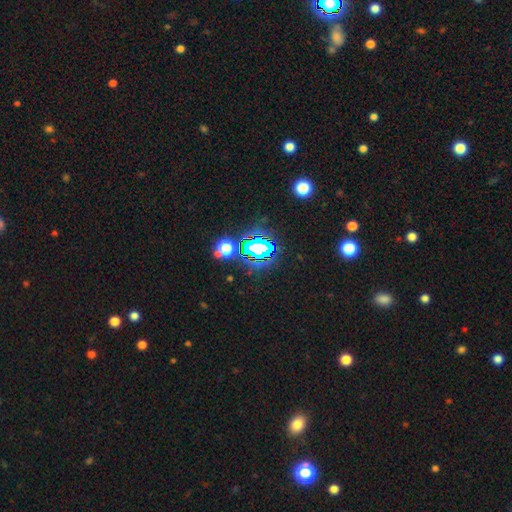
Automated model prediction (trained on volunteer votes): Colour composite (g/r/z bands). It shows a star or artifact, not a galaxy (72%).